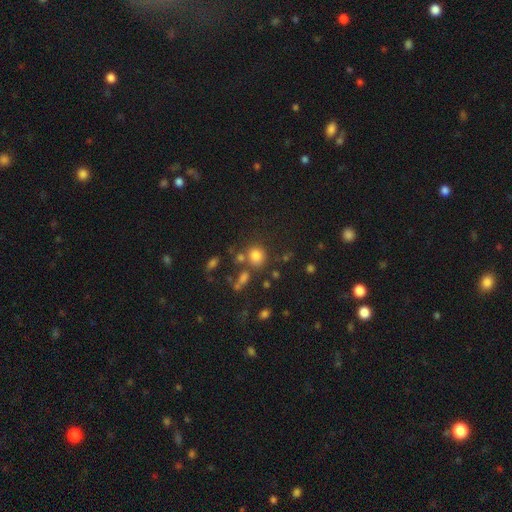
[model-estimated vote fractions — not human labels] The model was most divided on "merging": none: 67%, merger: 15%, minor disturbance: 12%, major disturbance: 6%. More confident: smooth or featured — smooth (78%); how rounded — round (77%).